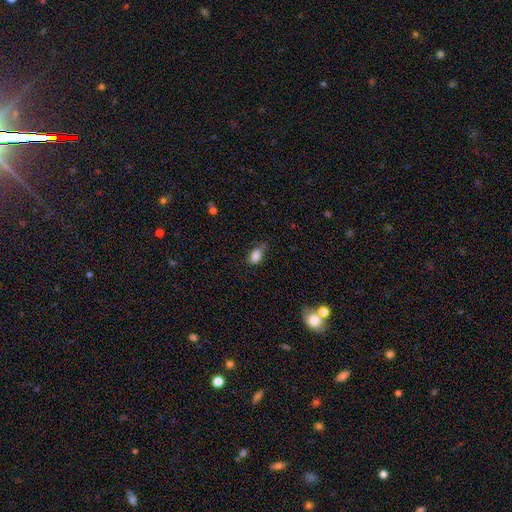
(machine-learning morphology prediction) smooth 85%, star or artifact 9%, featured or disk 6%. Down the decision tree: how rounded — in between (88%); merging — none (62%).